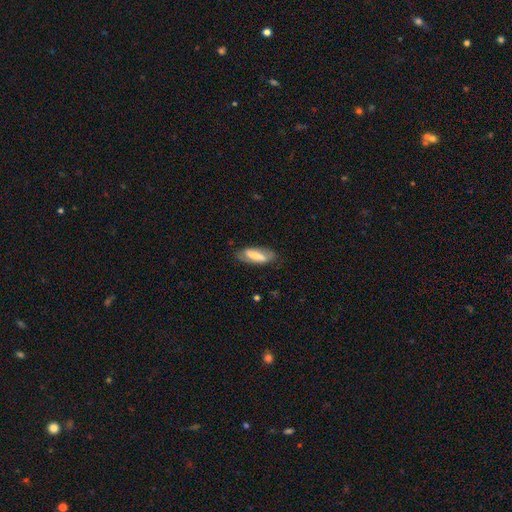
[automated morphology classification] Smooth or featured? featured or disk (47%)
Merging? none (74%)